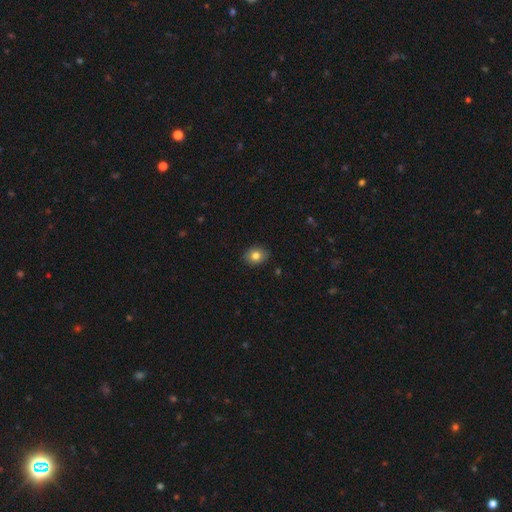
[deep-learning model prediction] smooth-or-featured: smooth: 82% | star or artifact: 9% | featured or disk: 9%
  how-rounded: in between: 51% | round: 48% | cigar-shaped: 1%
  merging: none: 89% | minor disturbance: 9% | major disturbance: 2% | merger: 1%